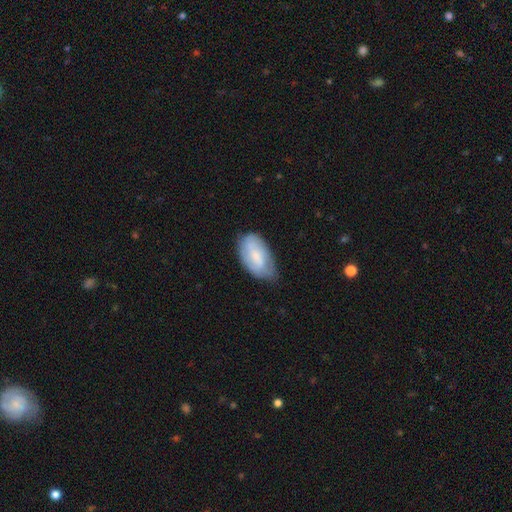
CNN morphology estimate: Smooth or featured? smooth (54%)
How rounded? in between (93%)
Merging? none (63%)